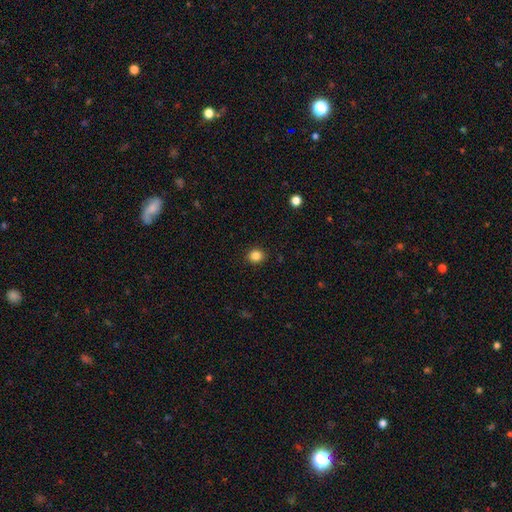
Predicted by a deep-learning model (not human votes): Smooth or featured: smooth — 85% (star or artifact — 11%)
How rounded: round — 77% (in between — 22%)
Merging: none — 91% (minor disturbance — 6%)